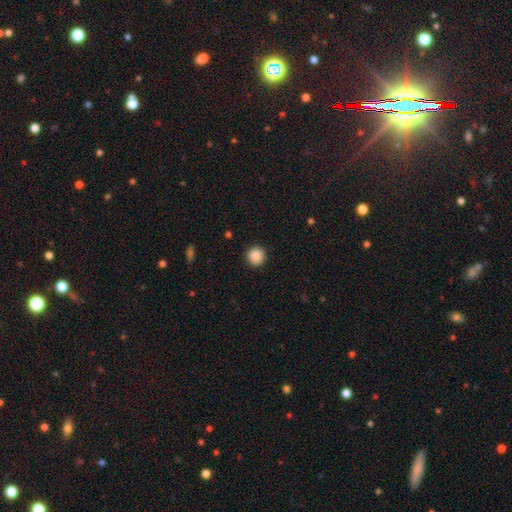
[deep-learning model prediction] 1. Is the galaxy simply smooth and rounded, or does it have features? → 88% smooth, 9% star or artifact, 3% featured or disk.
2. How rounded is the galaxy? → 95% round, 4% in between, 1% cigar-shaped.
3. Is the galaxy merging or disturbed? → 92% none, 5% minor disturbance, 2% major disturbance, 1% merger.